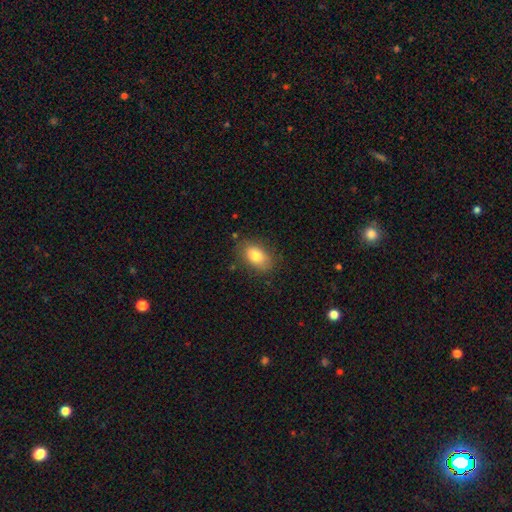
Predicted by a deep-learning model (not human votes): Smooth or featured?
  - smooth: 81% *
  - featured or disk: 11%
  - star or artifact: 8%
How rounded?
  - in between: 88% *
  - round: 10%
  - cigar-shaped: 2%
Merging?
  - none: 80% *
  - minor disturbance: 14%
  - major disturbance: 4%
  - merger: 2%